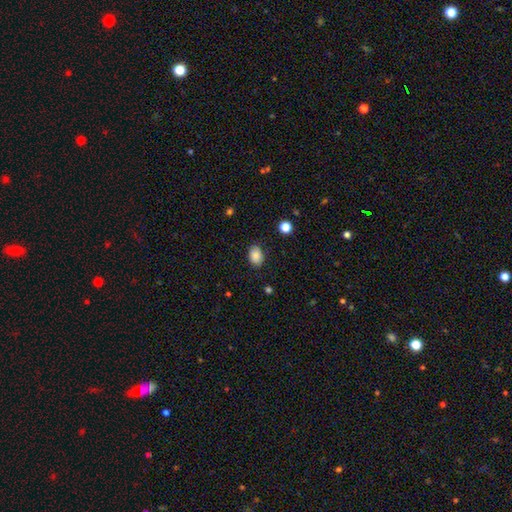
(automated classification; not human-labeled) Smooth or featured? smooth (84%)
How rounded? in between (74%)
Merging? none (80%)